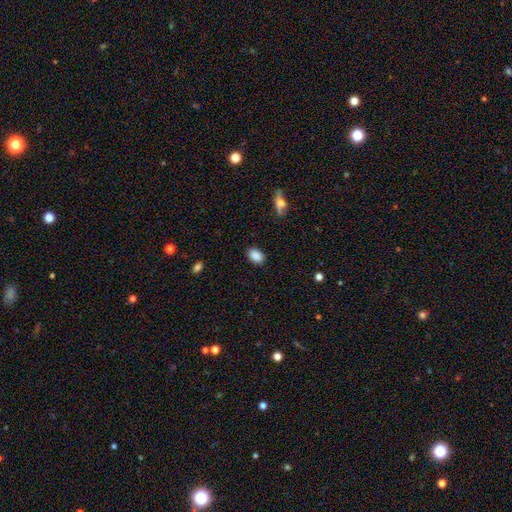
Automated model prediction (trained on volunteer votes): Smooth or featured? Predicted: smooth (p=0.88). How rounded? Predicted: in between (p=0.84). Merging? Predicted: none (p=0.86).